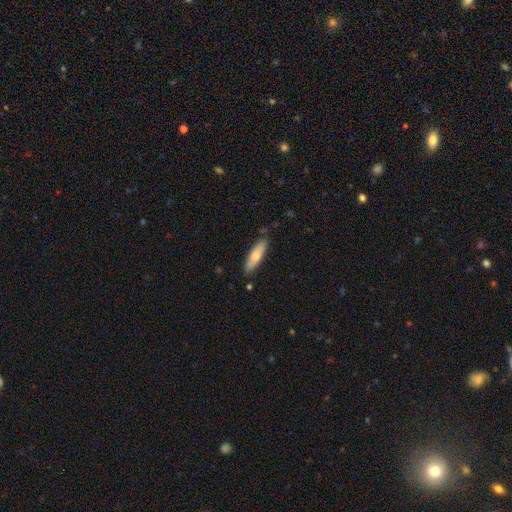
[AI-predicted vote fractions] smooth-or-featured: smooth: 60% | featured or disk: 34% | star or artifact: 6%
  how-rounded: cigar-shaped: 64% | in between: 34% | round: 2%
  merging: none: 84% | minor disturbance: 12% | major disturbance: 2% | merger: 2%